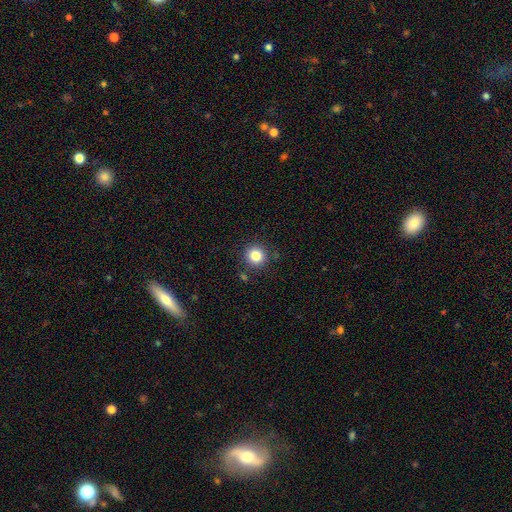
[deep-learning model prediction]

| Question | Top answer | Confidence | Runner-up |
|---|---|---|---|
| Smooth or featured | smooth | 82% | star or artifact (12%) |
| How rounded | round | 93% | in between (6%) |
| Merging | none | 86% | minor disturbance (8%) |